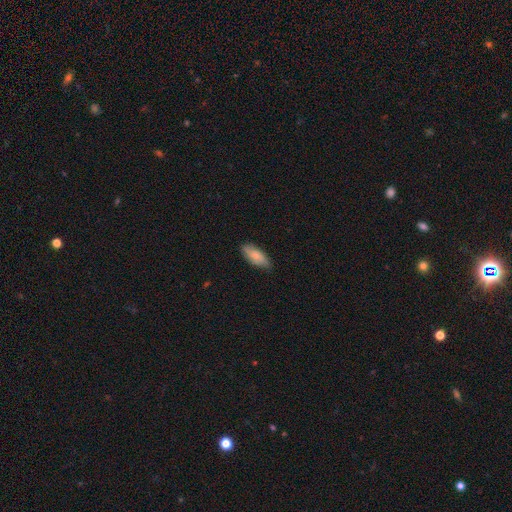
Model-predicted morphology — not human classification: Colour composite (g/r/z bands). It shows a smooth galaxy with no disk features (82%) that is in between round and cigar-shaped (77%). Merging: none (82%).